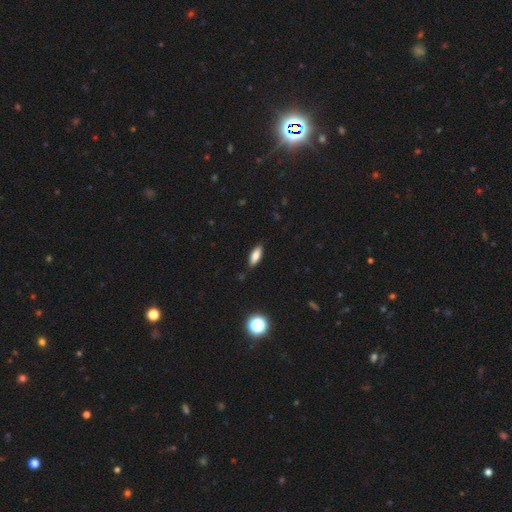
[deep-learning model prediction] Smooth or featured: smooth — 77% (featured or disk — 14%)
How rounded: in between — 68% (cigar-shaped — 30%)
Merging: none — 86% (minor disturbance — 10%)